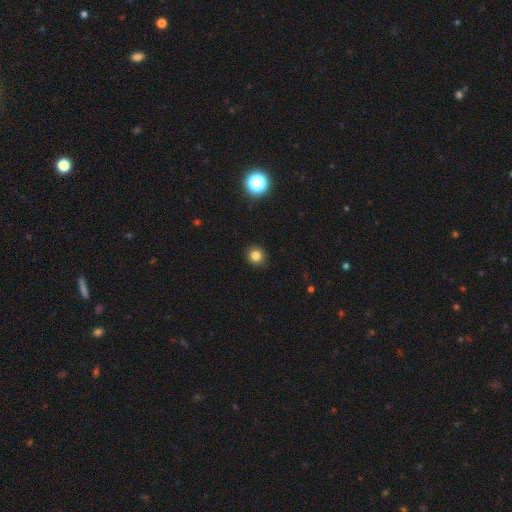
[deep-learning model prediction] Smooth or featured? Predicted: smooth (p=0.82). How rounded? Predicted: round (p=0.88). Merging? Predicted: none (p=0.92).